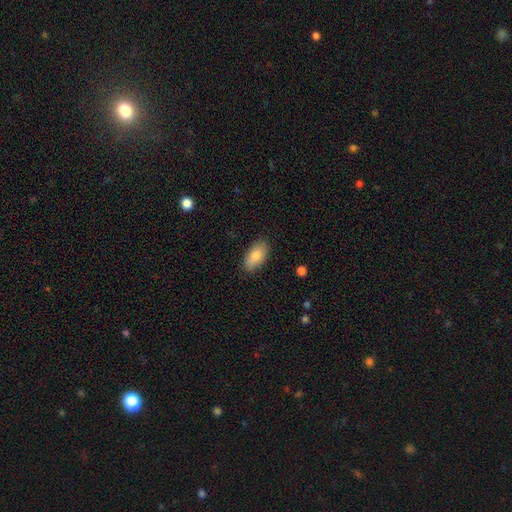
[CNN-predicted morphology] smooth_or_featured: smooth (p=0.80) [alt: featured or disk p=0.13]
how_rounded: in between (p=0.93) [alt: cigar-shaped p=0.04]
merging: none (p=0.86) [alt: minor disturbance p=0.10]